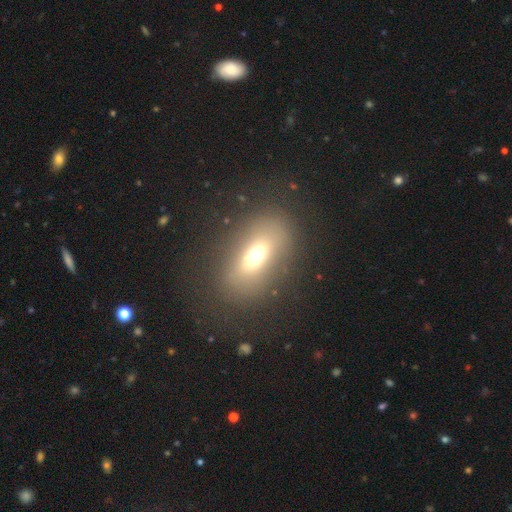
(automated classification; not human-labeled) smooth_or_featured: smooth (p=0.62) [alt: featured or disk p=0.23]
how_rounded: in between (p=0.77) [alt: round p=0.14]
merging: none (p=0.78) [alt: minor disturbance p=0.11]